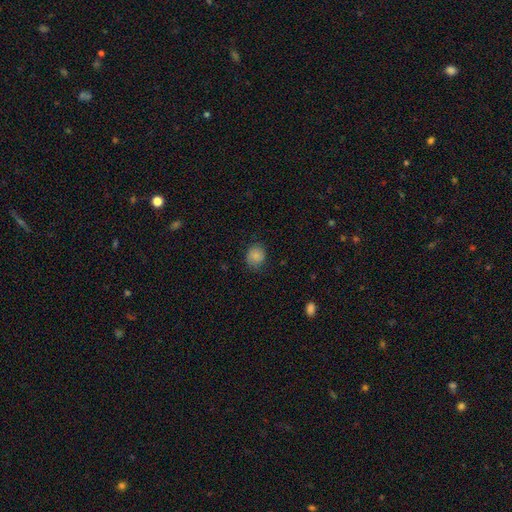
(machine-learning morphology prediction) Smooth or featured: smooth — 85% (star or artifact — 9%)
How rounded: round — 77% (in between — 22%)
Merging: none — 78% (minor disturbance — 17%)